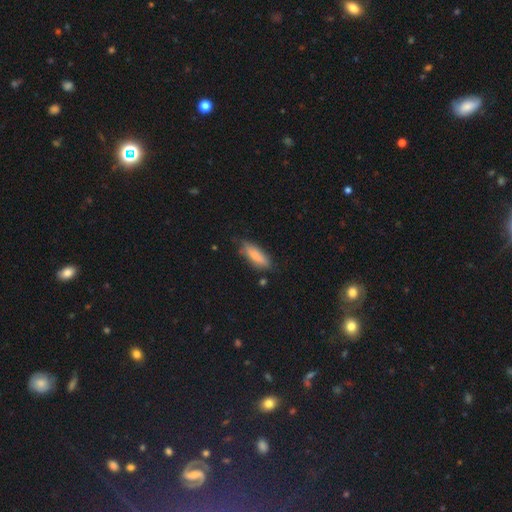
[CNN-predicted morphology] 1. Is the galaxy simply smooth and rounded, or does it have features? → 76% smooth, 17% featured or disk, 6% star or artifact.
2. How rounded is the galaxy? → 53% in between, 45% cigar-shaped, 2% round.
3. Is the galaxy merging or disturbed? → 72% none, 22% minor disturbance, 4% major disturbance, 2% merger.